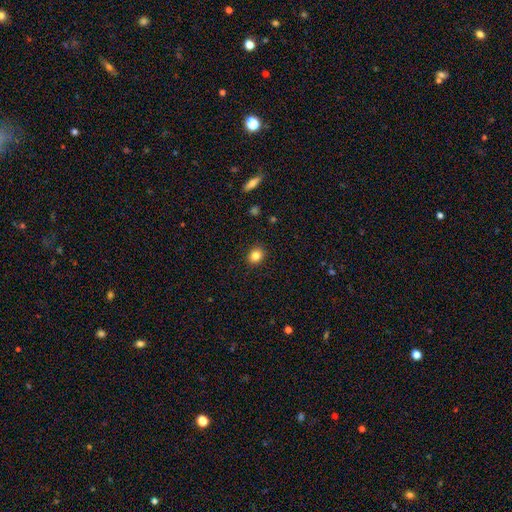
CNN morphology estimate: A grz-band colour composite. It shows a smooth galaxy with no disk features (83%) that is round (62%). Merging: none (90%).